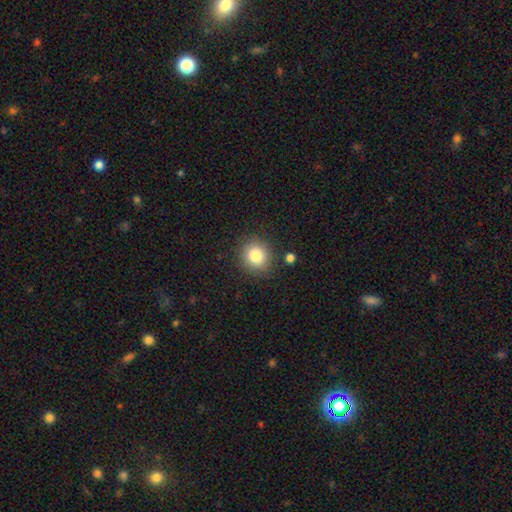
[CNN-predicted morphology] This appears to be a smooth galaxy with no disk features (83%) that is round (84%). Merging: none (85%).